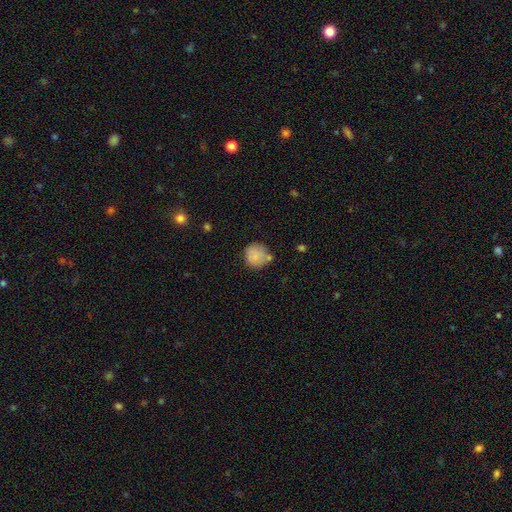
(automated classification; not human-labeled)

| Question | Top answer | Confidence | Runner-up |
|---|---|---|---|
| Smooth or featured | smooth | 81% | featured or disk (11%) |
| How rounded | round | 89% | in between (10%) |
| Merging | none | 65% | minor disturbance (19%) |